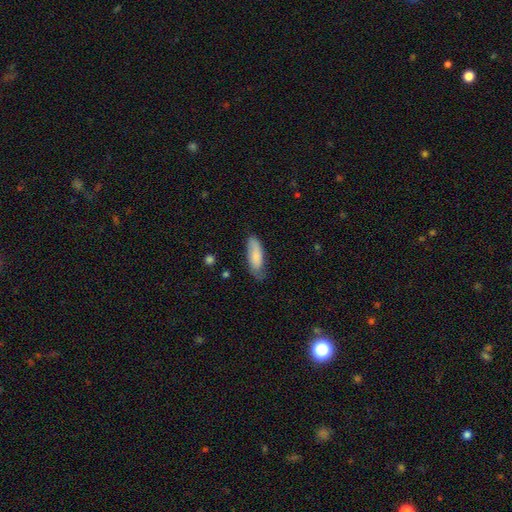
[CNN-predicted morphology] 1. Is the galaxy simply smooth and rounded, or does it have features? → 79% smooth, 15% featured or disk, 6% star or artifact.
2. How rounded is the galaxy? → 69% in between, 29% cigar-shaped, 2% round.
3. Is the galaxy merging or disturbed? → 65% none, 27% minor disturbance, 6% major disturbance, 2% merger.